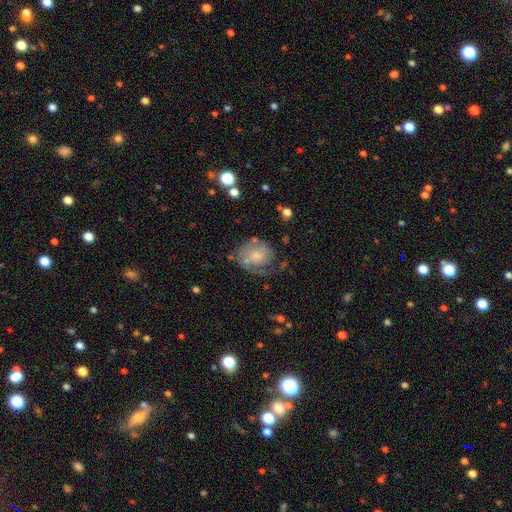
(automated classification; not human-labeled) A featured or disk galaxy (59%) with no bar (75%), spiral arms (77%) and a small central bulge (50%). Merging: none (47%).